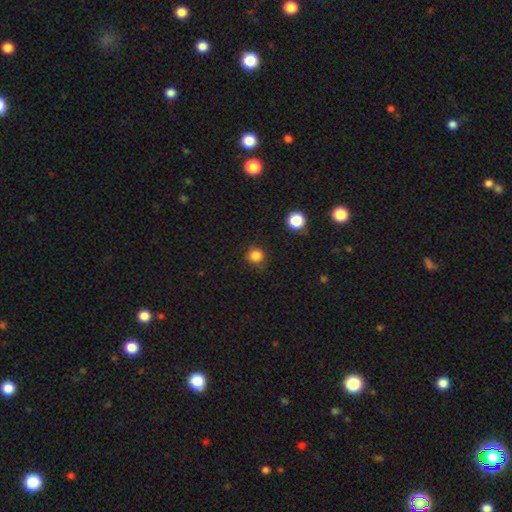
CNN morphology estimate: Smooth or featured? smooth (84%)
How rounded? round (91%)
Merging? none (84%)